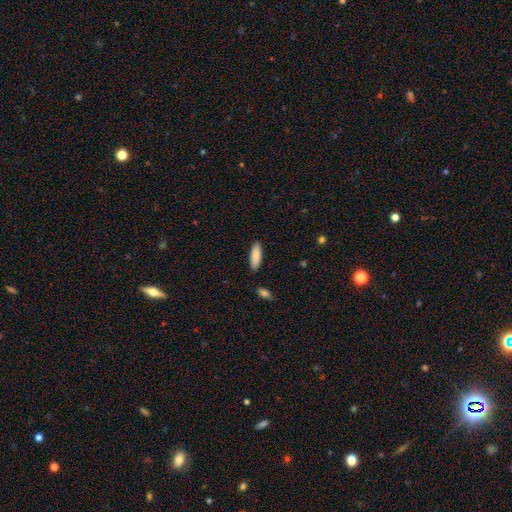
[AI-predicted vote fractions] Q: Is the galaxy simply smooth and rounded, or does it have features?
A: smooth — 87%.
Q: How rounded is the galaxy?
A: in between — 56%.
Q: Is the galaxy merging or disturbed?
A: none — 88%.